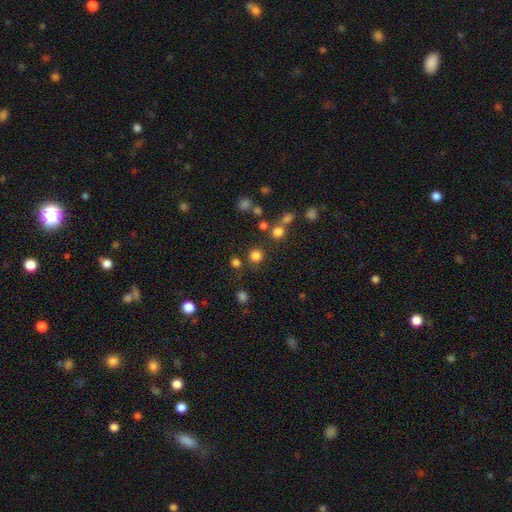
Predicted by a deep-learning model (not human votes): Morphology: type=smooth (78%); roundness=round (92%); merging=none (79%).